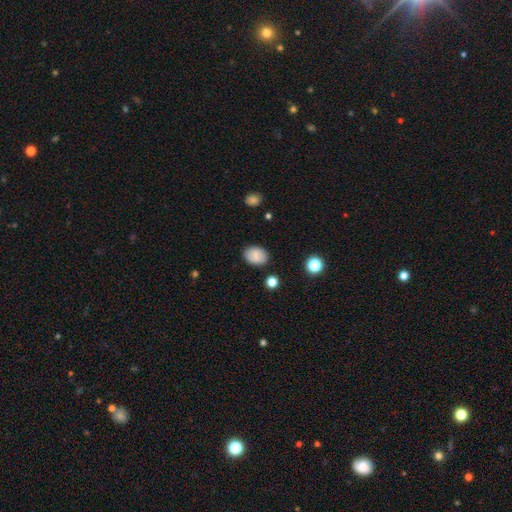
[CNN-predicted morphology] smooth_or_featured: smooth (p=0.83) [alt: star or artifact p=0.08]
how_rounded: in between (p=0.67) [alt: round p=0.32]
merging: none (p=0.84) [alt: minor disturbance p=0.11]